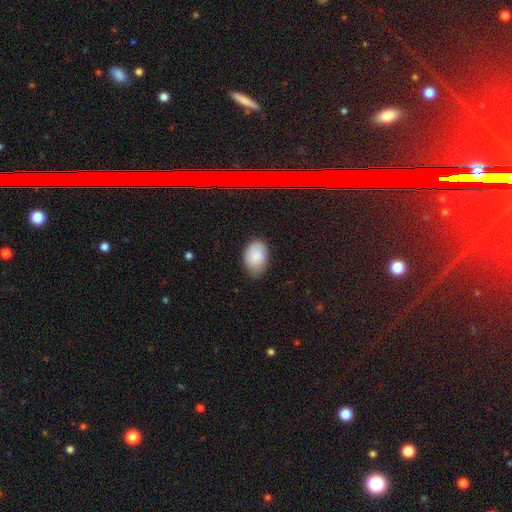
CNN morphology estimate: This appears to be a smooth galaxy with no disk features (82%) that is in between round and cigar-shaped (83%). Merging: none (69%).